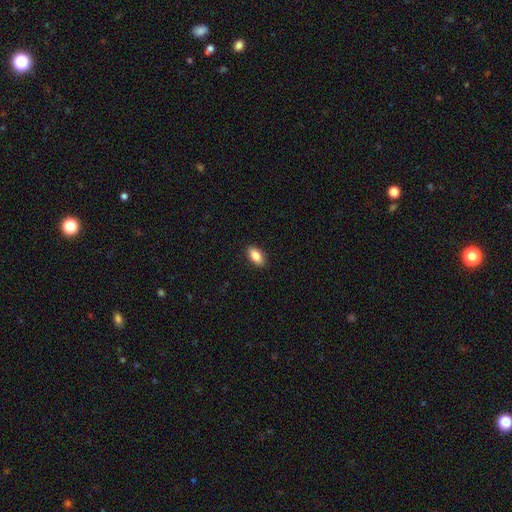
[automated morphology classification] Overall: smooth (86%). How rounded: in between (91%). Merging: none (90%).